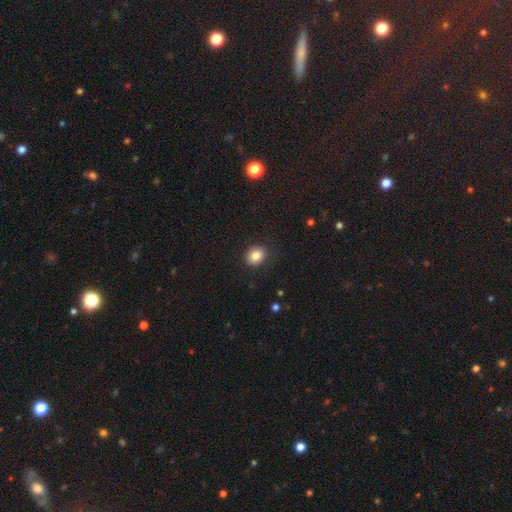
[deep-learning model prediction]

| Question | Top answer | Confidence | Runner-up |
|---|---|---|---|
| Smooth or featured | smooth | 84% | star or artifact (10%) |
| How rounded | round | 67% | in between (32%) |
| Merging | none | 86% | minor disturbance (10%) |